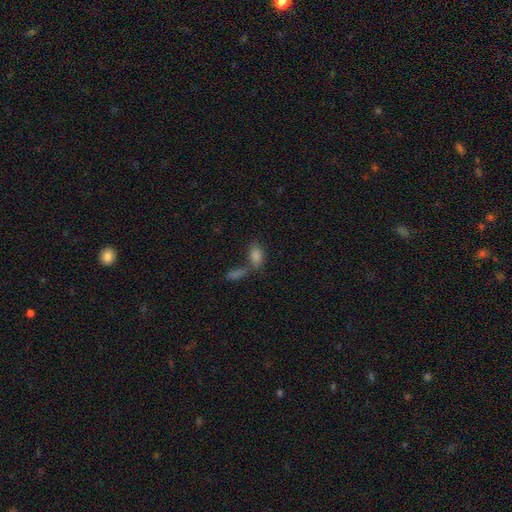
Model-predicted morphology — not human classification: This is clearly a smooth galaxy (80%). How rounded: clearly in between (88%). Merging: possibly none (46%).